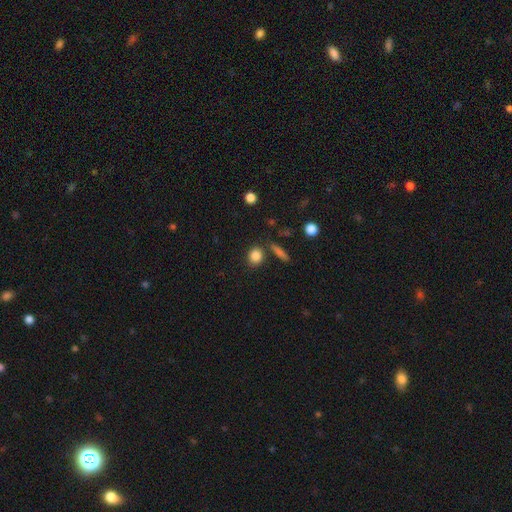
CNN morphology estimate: This is clearly a smooth galaxy (85%). How rounded: likely round (73%). Merging: likely none (80%).